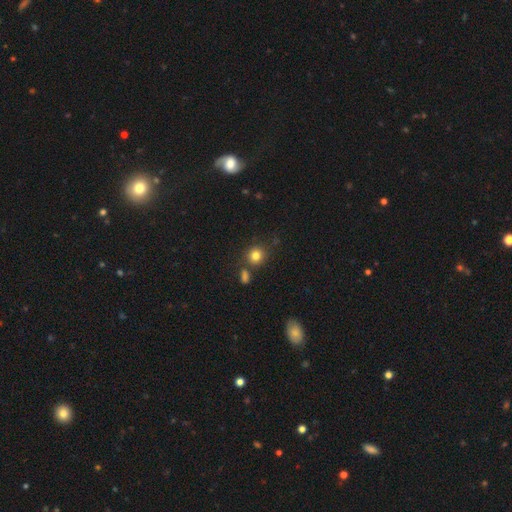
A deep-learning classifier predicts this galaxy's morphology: A smooth galaxy with no disk features (81%) that is round (87%).

Vote fractions:
- Smooth or featured? smooth: 81% / star or artifact: 13% / featured or disk: 6%
- How rounded? round: 87% / in between: 12% / cigar-shaped: 1%
- Merging? none: 77% / merger: 10% / minor disturbance: 10% / major disturbance: 3%